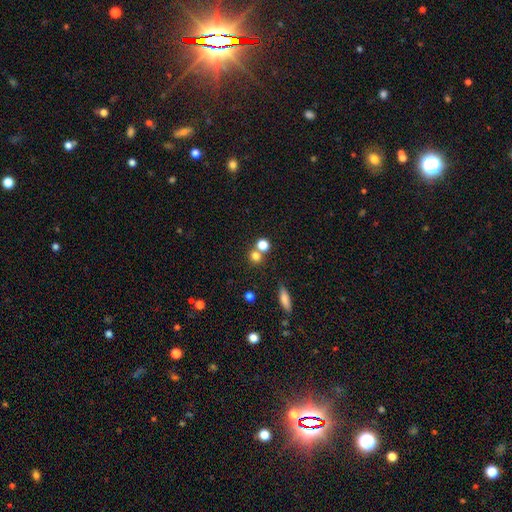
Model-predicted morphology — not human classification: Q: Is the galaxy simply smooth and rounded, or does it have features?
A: smooth — 76%.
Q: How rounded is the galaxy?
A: round — 83%.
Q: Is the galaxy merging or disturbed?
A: none — 56%.